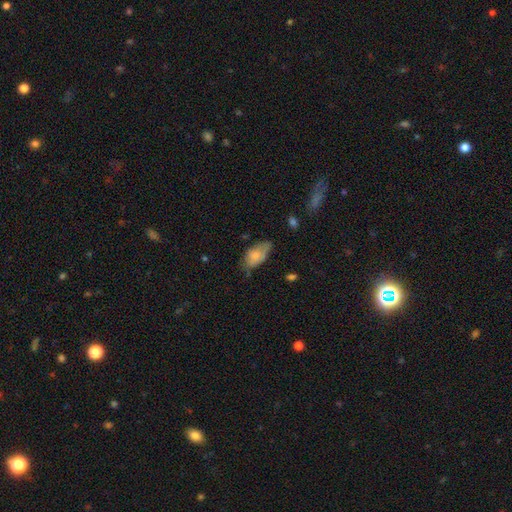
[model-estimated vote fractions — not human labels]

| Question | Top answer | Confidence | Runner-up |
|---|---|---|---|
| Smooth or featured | smooth | 74% | featured or disk (19%) |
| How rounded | in between | 92% | cigar-shaped (4%) |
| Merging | none | 52% | minor disturbance (35%) |